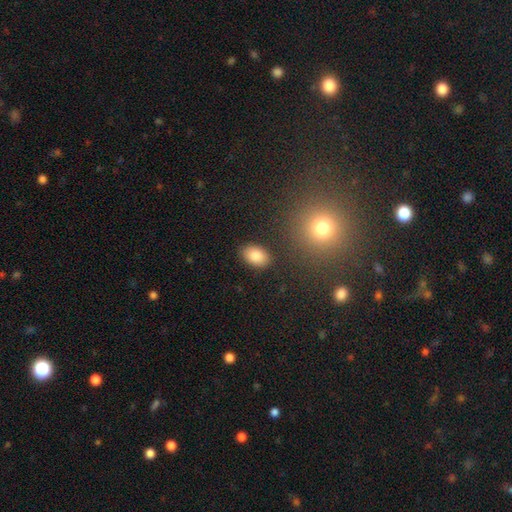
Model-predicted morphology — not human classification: smooth 85%, star or artifact 9%, featured or disk 7%. Down the decision tree: how rounded — in between (86%); merging — none (86%).